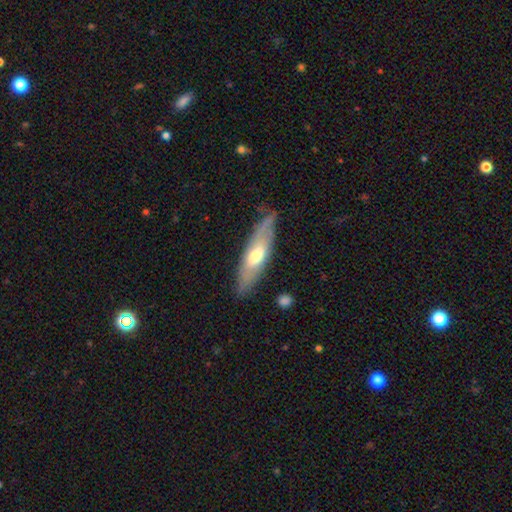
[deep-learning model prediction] Smooth or featured: featured or disk — 50% (smooth — 45%)
Merging: none — 75% (minor disturbance — 19%)